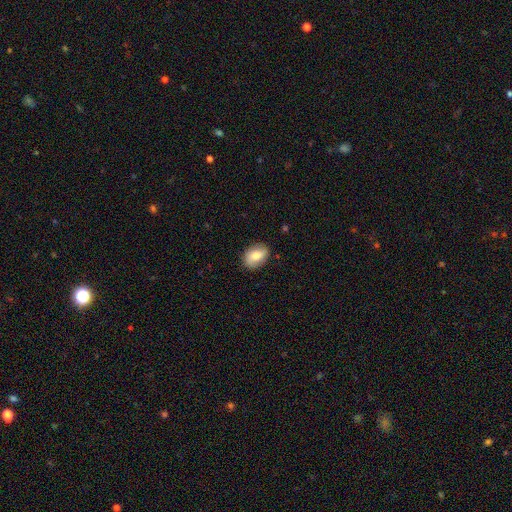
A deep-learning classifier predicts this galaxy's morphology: A smooth galaxy with no disk features (76%) that is in between round and cigar-shaped (81%). Merging: none (84%).